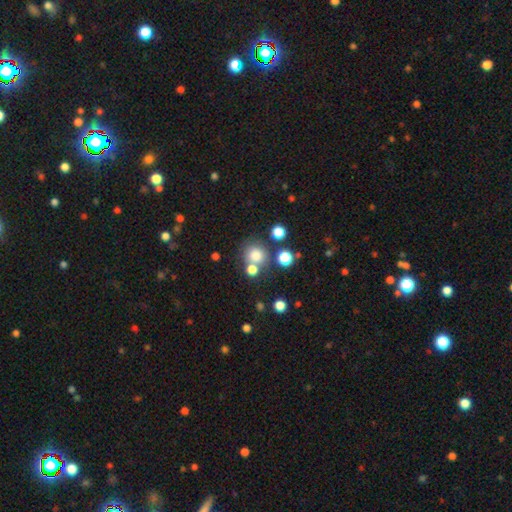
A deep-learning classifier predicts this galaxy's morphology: Overall: smooth (77%). How rounded: round (89%). Merging: none (65%).